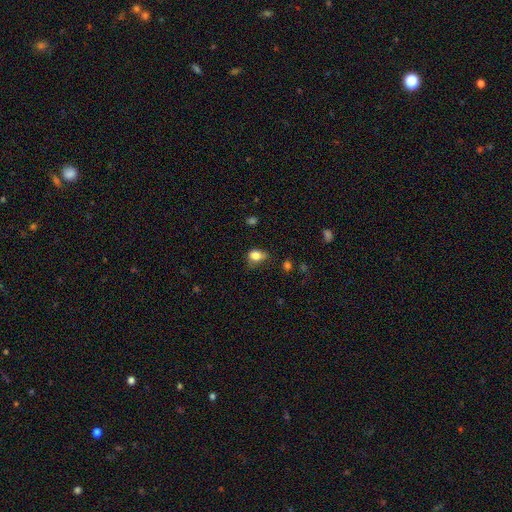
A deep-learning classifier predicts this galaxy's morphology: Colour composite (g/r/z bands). It shows a smooth galaxy with no disk features (80%) that is in between round and cigar-shaped (70%). Merging: minor disturbance (41%).